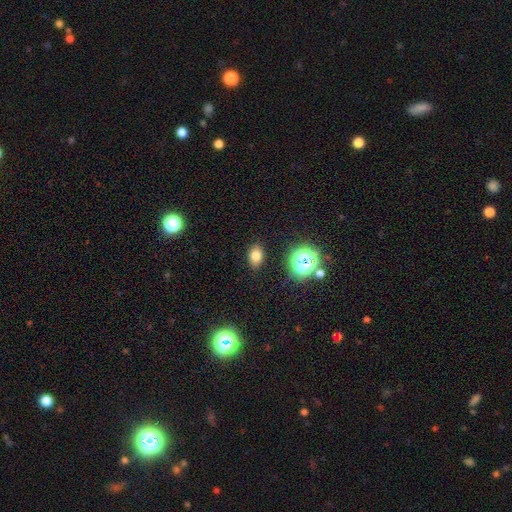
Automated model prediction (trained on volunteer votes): Smooth or featured: smooth — 72% (star or artifact — 19%)
How rounded: in between — 76% (round — 22%)
Merging: none — 86% (minor disturbance — 9%)